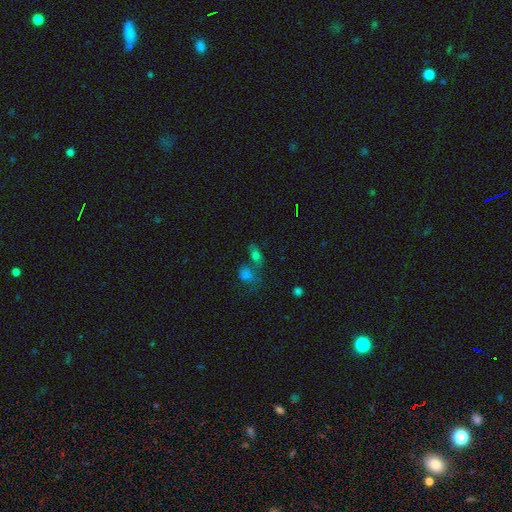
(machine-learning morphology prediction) Smooth or featured? Predicted: smooth (p=0.67). How rounded? Predicted: in between (p=0.70). Merging? Predicted: none (p=0.42).